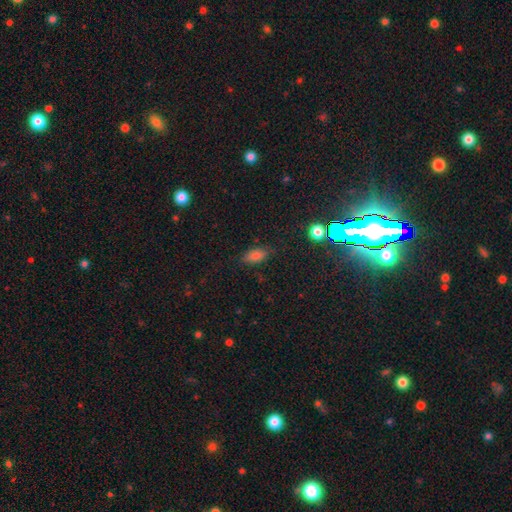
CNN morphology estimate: The model was most divided on "smooth or featured": smooth: 79%, star or artifact: 13%, featured or disk: 8%. More confident: how rounded — in between (85%); merging — none (80%).